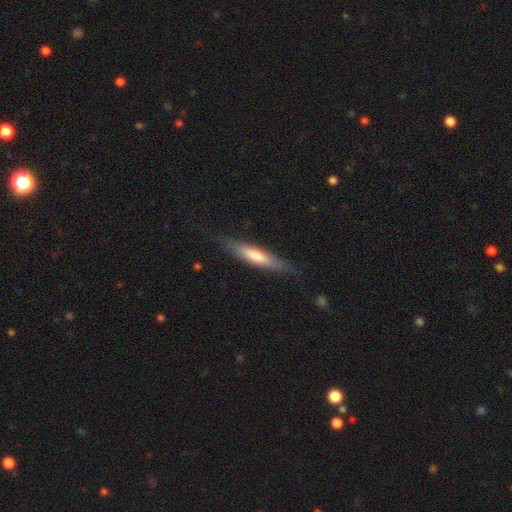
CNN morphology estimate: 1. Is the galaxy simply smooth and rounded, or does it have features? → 55% smooth, 39% featured or disk, 6% star or artifact.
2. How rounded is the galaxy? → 86% cigar-shaped, 13% in between, 1% round.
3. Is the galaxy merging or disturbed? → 80% none, 15% minor disturbance, 4% major disturbance, 1% merger.